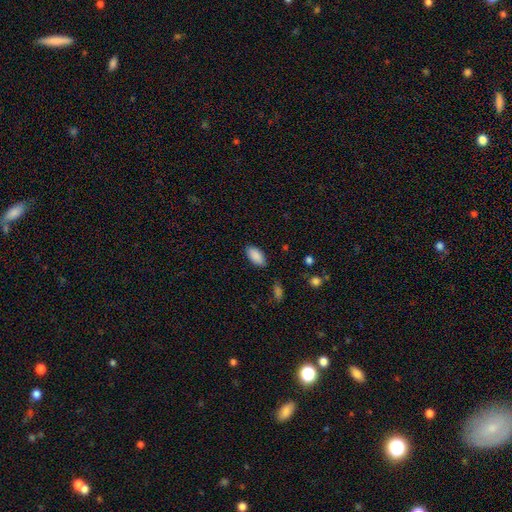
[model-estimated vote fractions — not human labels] Q: Smooth or featured?
A: smooth (89%); runner-up: star or artifact (7%)
Q: How rounded?
A: in between (94%); runner-up: cigar-shaped (4%)
Q: Merging?
A: none (84%); runner-up: minor disturbance (12%)